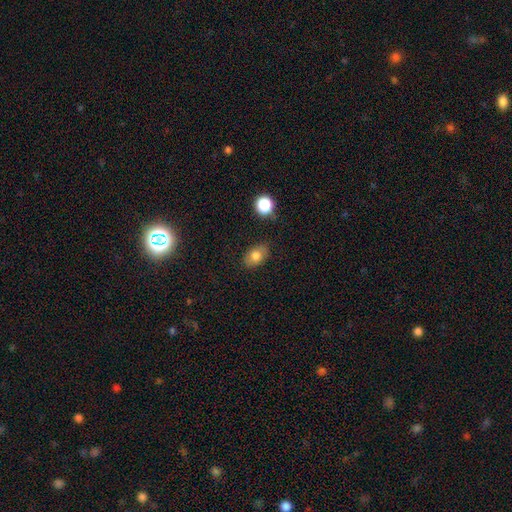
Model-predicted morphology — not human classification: type=smooth (78%); roundness=in between (82%); merging=none (81%).